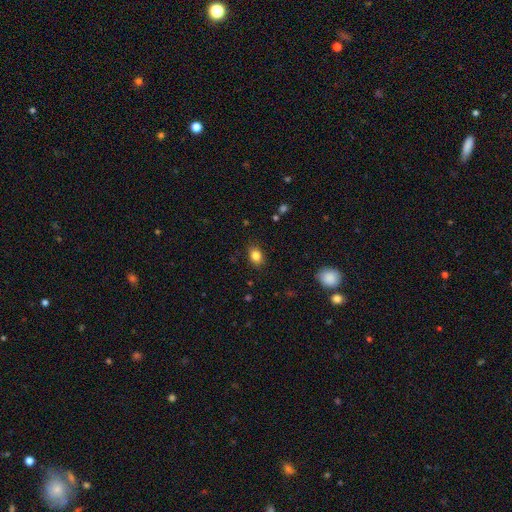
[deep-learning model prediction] smooth 84%, star or artifact 10%, featured or disk 6%. Down the decision tree: how rounded — in between (66%); merging — none (85%).